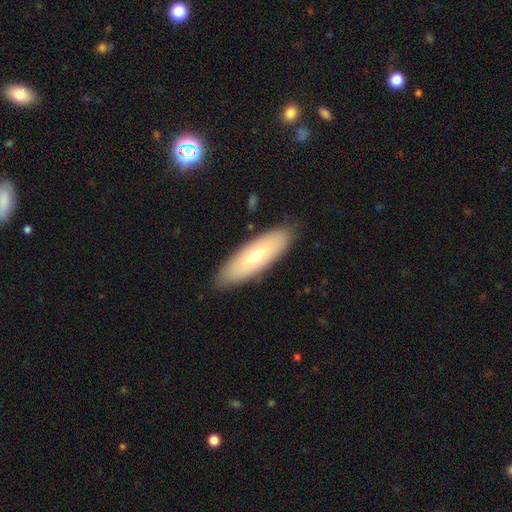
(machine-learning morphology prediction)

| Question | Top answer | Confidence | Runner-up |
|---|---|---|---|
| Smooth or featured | smooth | 58% | featured or disk (36%) |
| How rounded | in between | 56% | cigar-shaped (42%) |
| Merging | none | 87% | minor disturbance (9%) |